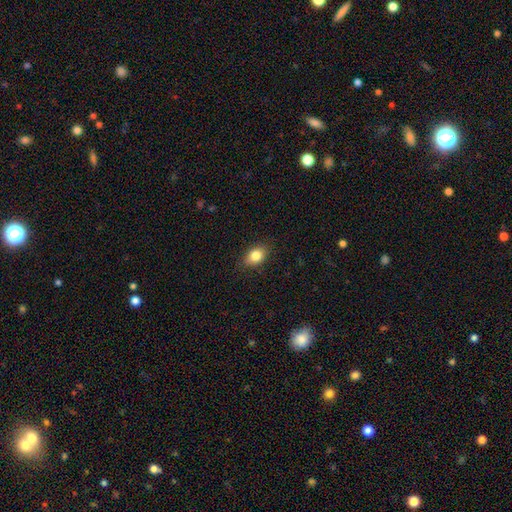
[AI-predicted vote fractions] smooth 83%, featured or disk 9%, star or artifact 9%. Down the decision tree: how rounded — in between (76%); merging — none (85%).